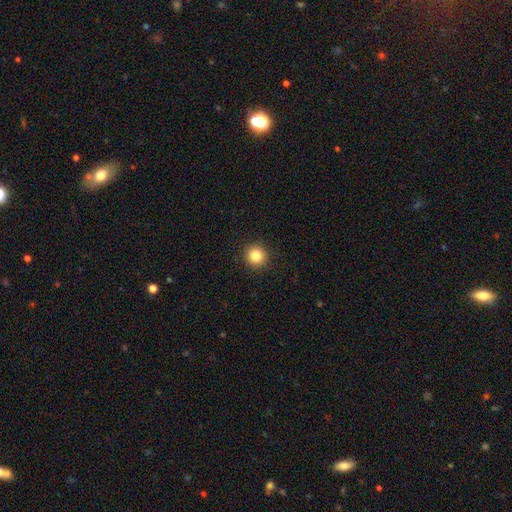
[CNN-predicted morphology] Q: Smooth or featured?
A: smooth (84%); runner-up: star or artifact (11%)
Q: How rounded?
A: round (94%); runner-up: in between (5%)
Q: Merging?
A: none (92%); runner-up: minor disturbance (5%)